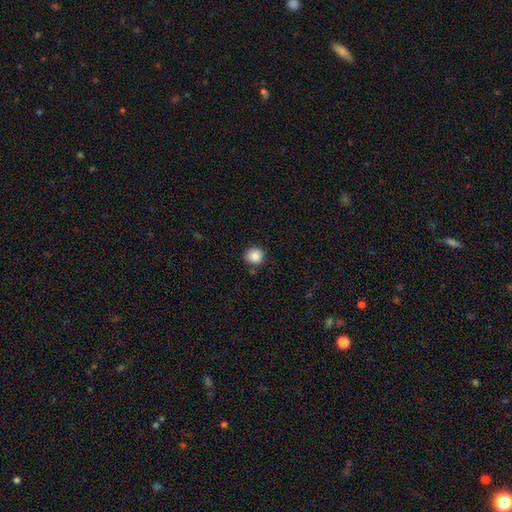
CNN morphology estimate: A smooth galaxy with no disk features (87%) that is round (94%). Merging: none (86%).